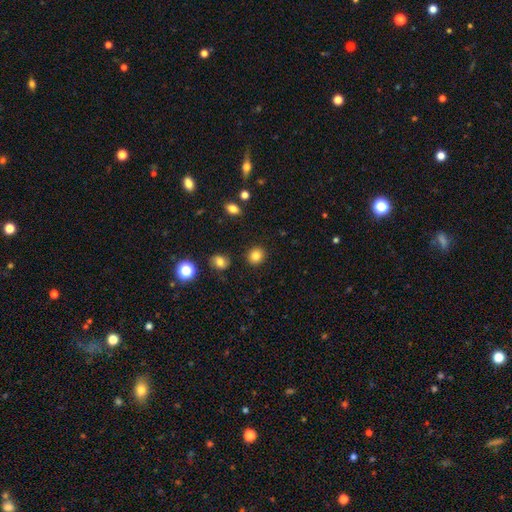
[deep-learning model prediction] This appears to be a smooth galaxy with no disk features (83%) that is round (82%). Merging: none (89%).